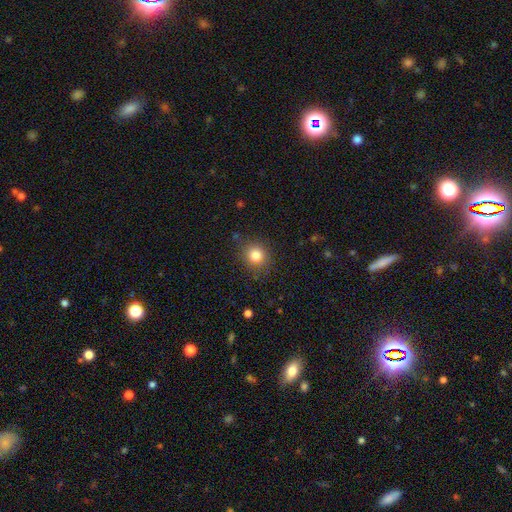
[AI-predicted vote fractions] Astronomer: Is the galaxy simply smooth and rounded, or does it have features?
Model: smooth — 83%.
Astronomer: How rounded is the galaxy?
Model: round — 85%.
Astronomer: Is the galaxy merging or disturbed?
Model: none — 86%.